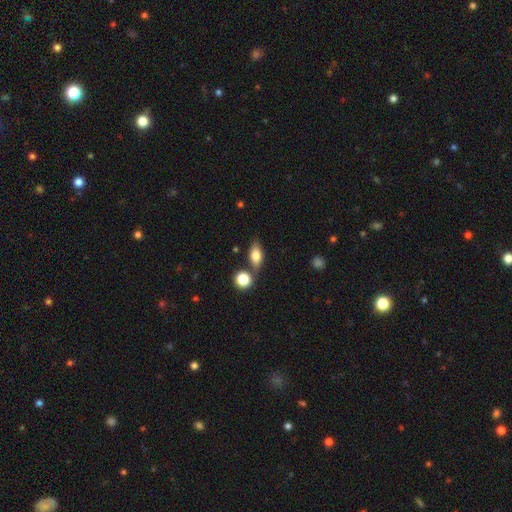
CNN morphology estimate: The model was most divided on "merging": none: 69%, minor disturbance: 14%, merger: 14%, major disturbance: 4%. More confident: how rounded — in between (80%); smooth or featured — smooth (76%).